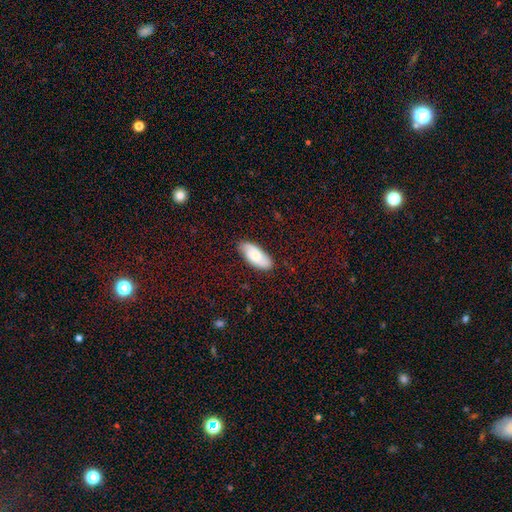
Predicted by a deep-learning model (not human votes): Smooth or featured?
  - smooth: 57% *
  - featured or disk: 36%
  - star or artifact: 7%
How rounded?
  - in between: 86% *
  - cigar-shaped: 12%
  - round: 2%
Merging?
  - none: 82% *
  - minor disturbance: 14%
  - major disturbance: 3%
  - merger: 1%